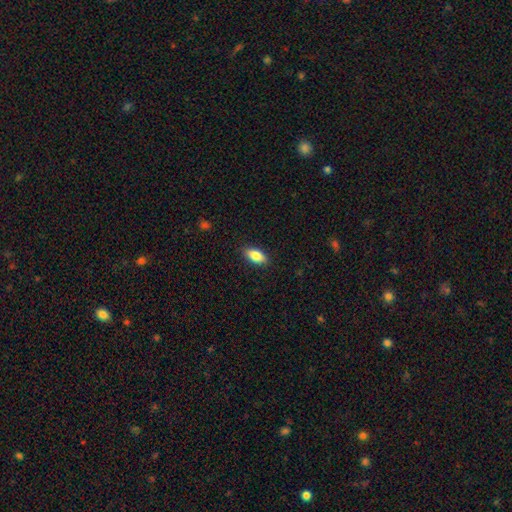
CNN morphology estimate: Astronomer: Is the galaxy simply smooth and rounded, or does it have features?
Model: smooth — 83%.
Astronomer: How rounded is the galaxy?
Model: in between — 87%.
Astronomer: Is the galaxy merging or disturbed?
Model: none — 87%.